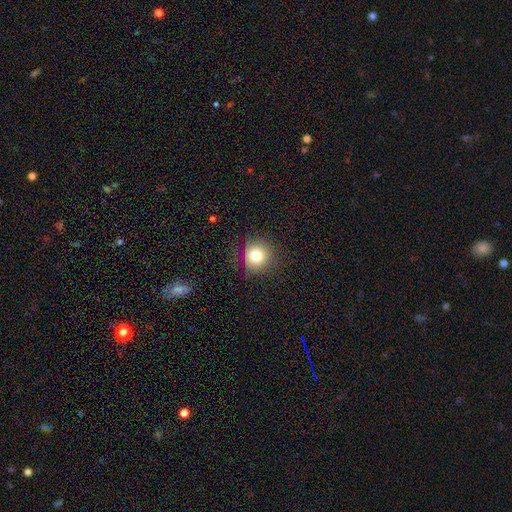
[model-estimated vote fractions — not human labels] The model was most divided on "smooth or featured": smooth: 80%, star or artifact: 11%, featured or disk: 9%. More confident: how rounded — round (90%); merging — none (82%).